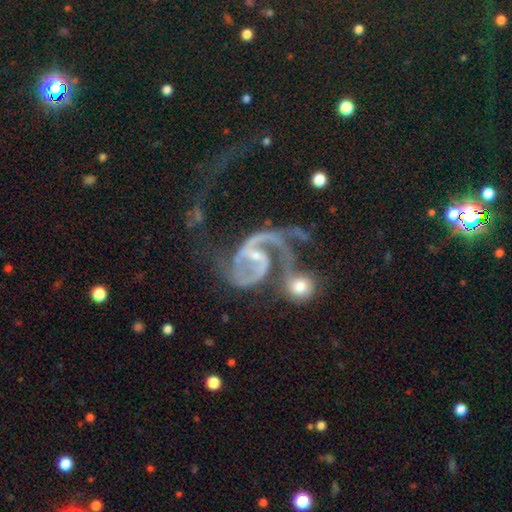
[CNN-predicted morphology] smooth-or-featured: featured or disk: 90% | star or artifact: 5% | smooth: 5%
  disk-edge-on: no: 98% | yes: 2%
    bar: weak: 42% | strong: 29% | no: 28%
    has-spiral-arms: yes: 95% | no: 5%
      spiral-winding: medium: 46% | loose: 37% | tight: 17%
      spiral-arm-count: 2: 78% | 1: 12% | can't tell: 5% | 3: 3% | 4: 2% | more than 4: 2%
    bulge-size: small: 67% | moderate: 26% | none: 4% | large: 2% | dominant: 1%
  merging: major disturbance: 36% | merger: 33% | none: 19% | minor disturbance: 12%